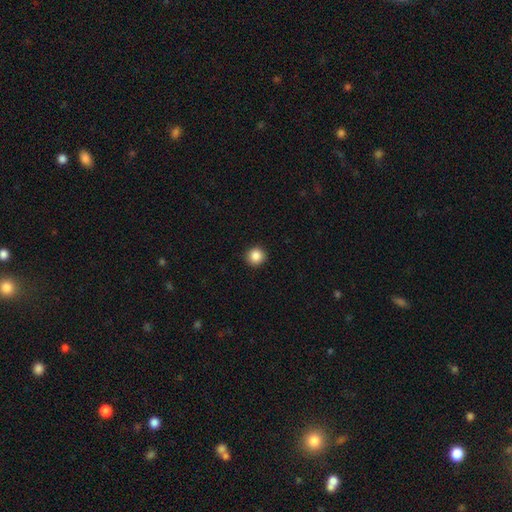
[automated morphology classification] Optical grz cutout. It shows a smooth galaxy with no disk features (87%) that is round (94%). Merging: none (93%).